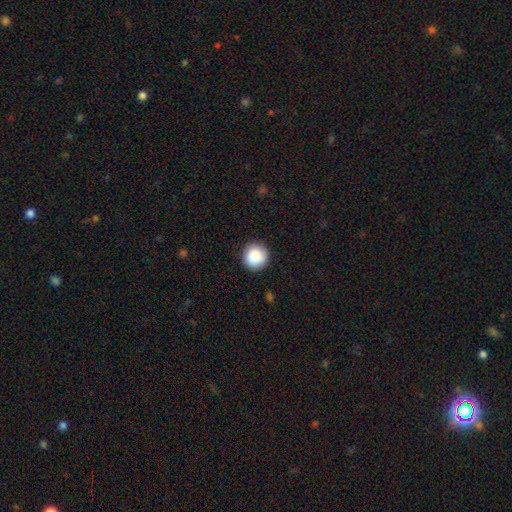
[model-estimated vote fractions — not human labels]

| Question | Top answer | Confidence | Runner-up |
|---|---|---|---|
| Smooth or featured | smooth | 89% | star or artifact (8%) |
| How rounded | round | 95% | in between (4%) |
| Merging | none | 91% | minor disturbance (7%) |